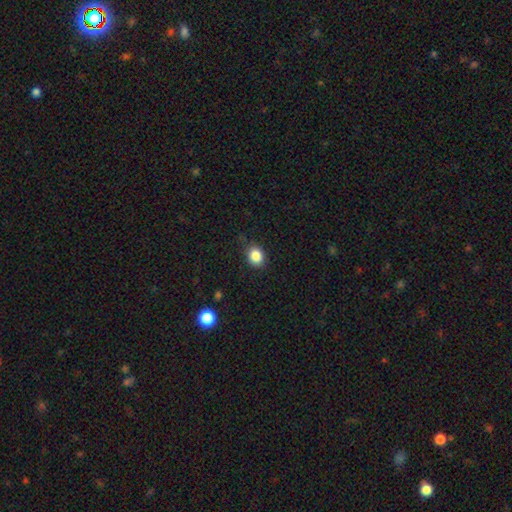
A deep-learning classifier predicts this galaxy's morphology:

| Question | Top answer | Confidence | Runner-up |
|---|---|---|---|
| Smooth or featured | smooth | 86% | star or artifact (10%) |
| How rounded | round | 59% | in between (40%) |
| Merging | none | 82% | minor disturbance (13%) |